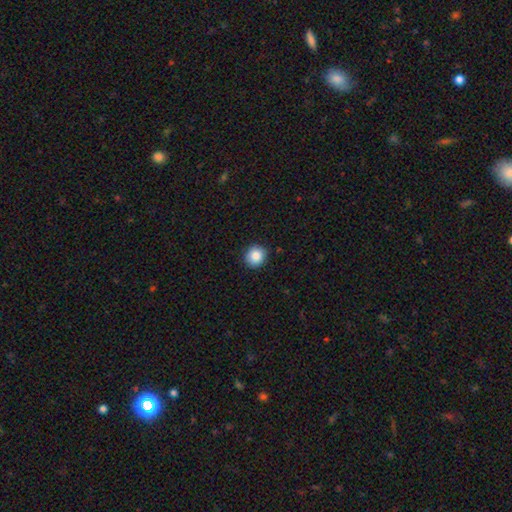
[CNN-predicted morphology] Smooth or featured: smooth — 87% (star or artifact — 9%)
How rounded: round — 86% (in between — 13%)
Merging: none — 90% (minor disturbance — 7%)